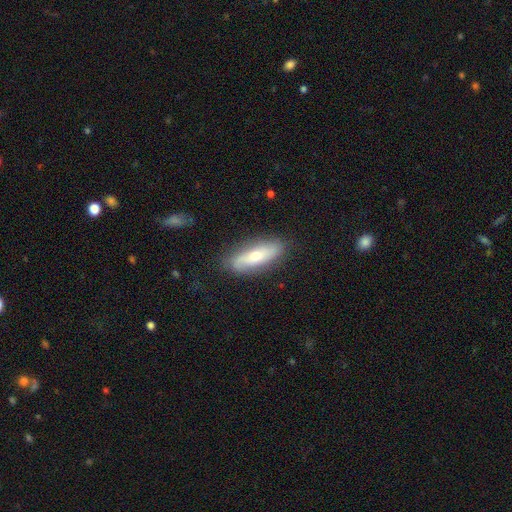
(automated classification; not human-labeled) smooth_or_featured: smooth (p=0.48) [alt: featured or disk p=0.45]
merging: none (p=0.80) [alt: minor disturbance p=0.14]